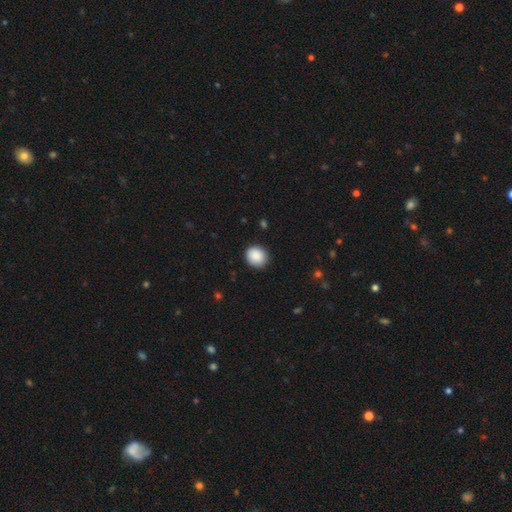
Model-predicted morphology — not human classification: Overall: smooth (89%). How rounded: round (80%). Merging: none (87%).